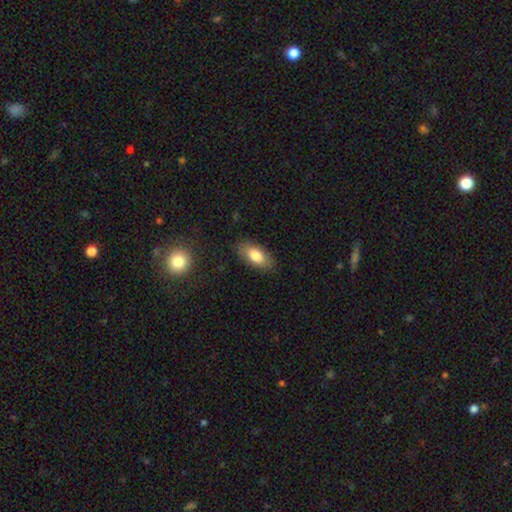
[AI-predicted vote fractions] A smooth galaxy with no disk features (79%) that is in between round and cigar-shaped (88%).

Vote fractions:
- Smooth or featured? smooth: 79% / featured or disk: 15% / star or artifact: 7%
- How rounded? in between: 88% / cigar-shaped: 8% / round: 4%
- Merging? none: 83% / minor disturbance: 12% / major disturbance: 3% / merger: 1%